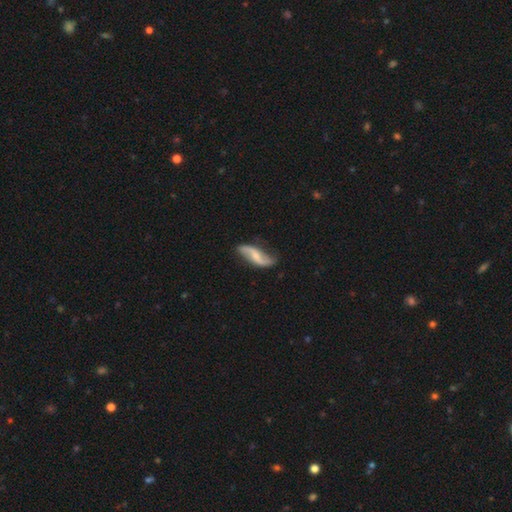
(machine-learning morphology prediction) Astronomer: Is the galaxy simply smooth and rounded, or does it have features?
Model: featured or disk — 76%.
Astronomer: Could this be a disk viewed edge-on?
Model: no — 92%.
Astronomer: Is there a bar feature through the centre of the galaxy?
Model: weak — 39% (runner-up: no, 38%).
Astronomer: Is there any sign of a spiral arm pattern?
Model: yes — 93%.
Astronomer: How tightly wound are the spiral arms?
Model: loose — 84%.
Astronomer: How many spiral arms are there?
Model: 2 — 92%.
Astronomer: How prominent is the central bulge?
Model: small — 53% (runner-up: moderate, 29%).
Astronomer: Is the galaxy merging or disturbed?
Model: none — 71%.